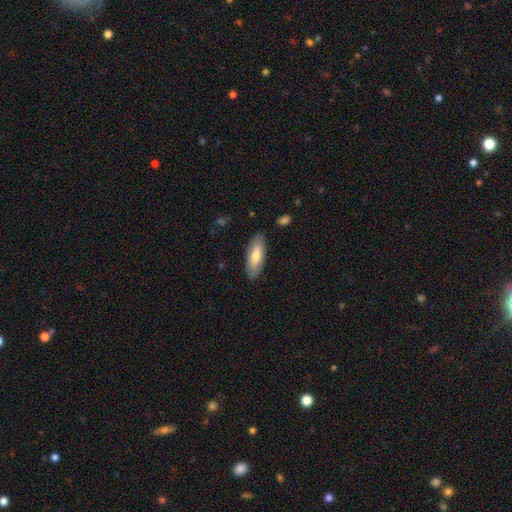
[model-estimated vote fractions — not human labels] smooth-or-featured: smooth: 73% | featured or disk: 22% | star or artifact: 6%
  how-rounded: in between: 71% | cigar-shaped: 28% | round: 2%
  merging: none: 85% | minor disturbance: 11% | major disturbance: 2% | merger: 1%